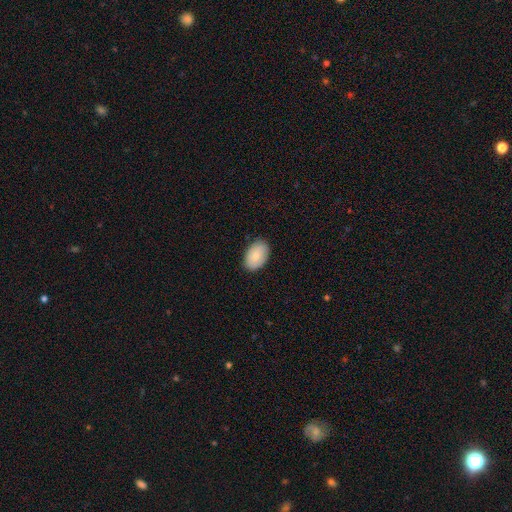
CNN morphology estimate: smooth_or_featured: smooth (p=0.82) [alt: featured or disk p=0.12]
how_rounded: in between (p=0.91) [alt: round p=0.08]
merging: none (p=0.84) [alt: minor disturbance p=0.12]